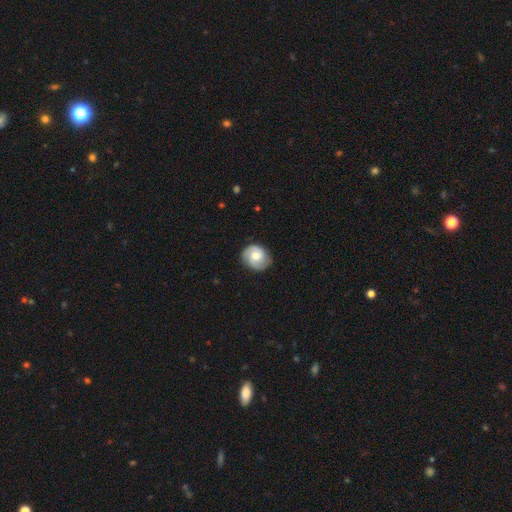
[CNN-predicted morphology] Smooth or featured? featured or disk (60%)
Edge-on disk? no (98%)
Bar? no (58%)
Spiral arms? yes (91%)
Spiral winding? tight (44%)
Spiral arm count? 2 (79%)
Bulge size? moderate (62%)
Merging? none (79%)